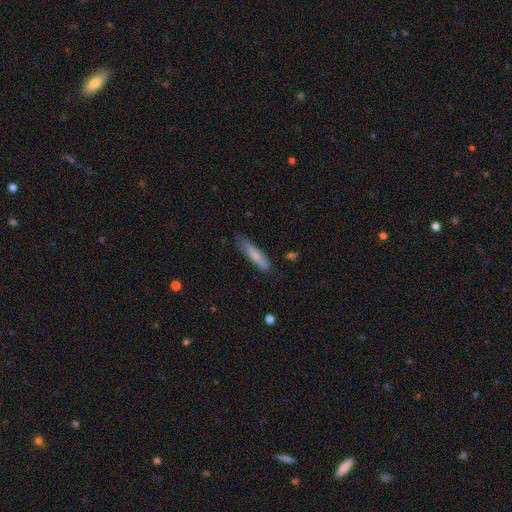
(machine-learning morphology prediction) Smooth or featured?
  - smooth: 75% *
  - featured or disk: 19%
  - star or artifact: 6%
How rounded?
  - cigar-shaped: 79% *
  - in between: 19%
  - round: 1%
Merging?
  - none: 73% *
  - minor disturbance: 22%
  - major disturbance: 4%
  - merger: 2%